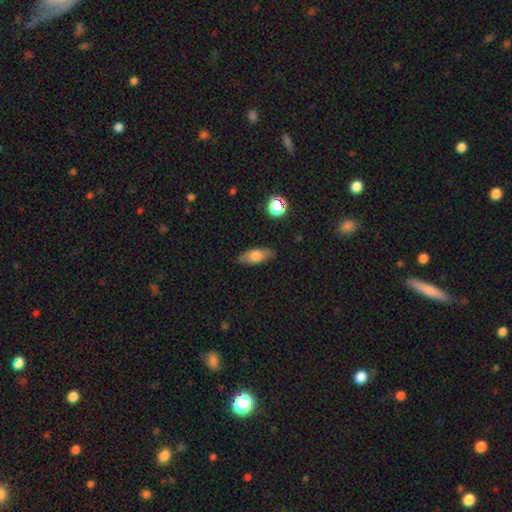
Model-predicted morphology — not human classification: type=smooth (68%); roundness=in between (75%); merging=none (85%).